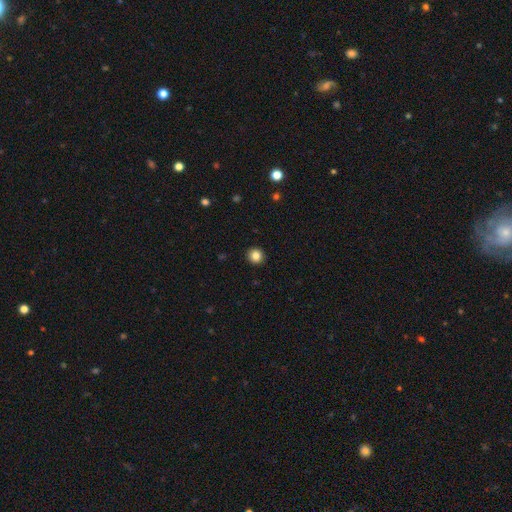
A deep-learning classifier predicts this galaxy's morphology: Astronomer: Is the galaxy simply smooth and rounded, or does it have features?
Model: smooth — 85%.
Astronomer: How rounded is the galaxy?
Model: round — 93%.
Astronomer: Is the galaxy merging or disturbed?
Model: none — 93%.